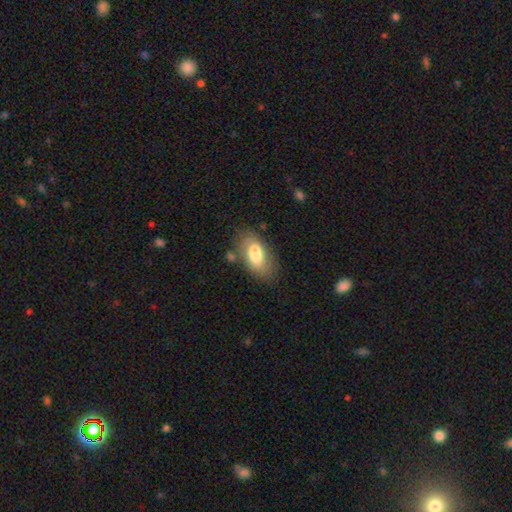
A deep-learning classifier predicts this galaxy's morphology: A smooth galaxy with no disk features (73%) that is in between round and cigar-shaped (92%). Merging: none (66%).